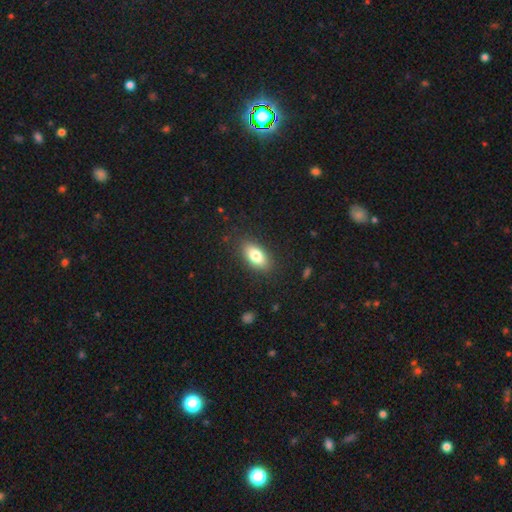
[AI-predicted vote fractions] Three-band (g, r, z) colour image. It shows a smooth galaxy with no disk features (79%) that is in between round and cigar-shaped (88%). Merging: none (86%).